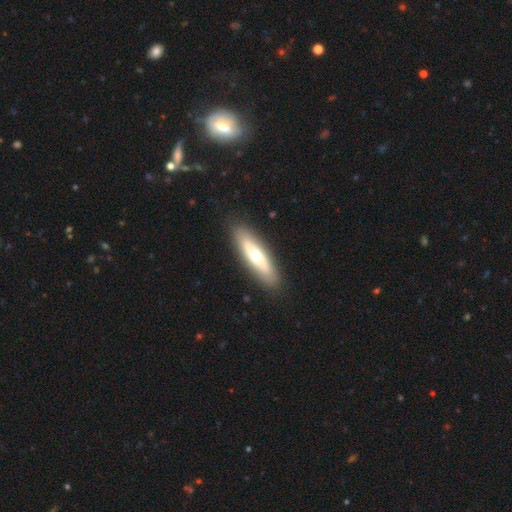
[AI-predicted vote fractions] This is possibly a smooth galaxy (51%). How rounded: likely cigar-shaped (60%). Merging: clearly none (88%).